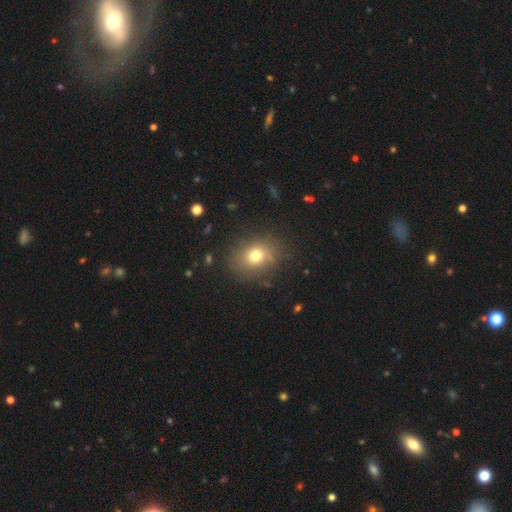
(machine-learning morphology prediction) This is likely a smooth galaxy (73%). How rounded: possibly round (58%). Merging: likely none (78%).